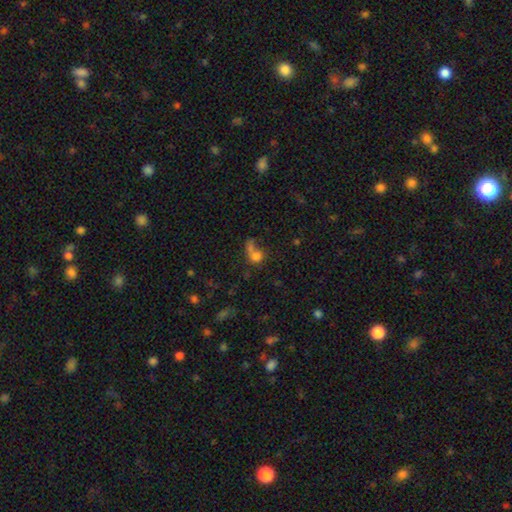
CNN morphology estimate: The model was most divided on "merging": merger: 46%, none: 28%, major disturbance: 15%, minor disturbance: 11%. More confident: smooth or featured — smooth (70%); how rounded — round (67%).